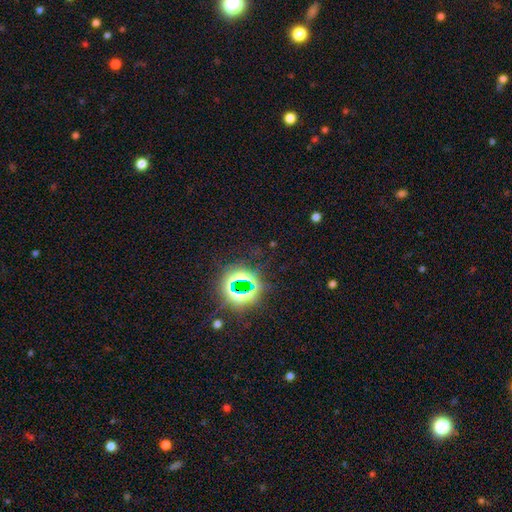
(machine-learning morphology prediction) A star or artifact, not a galaxy (79%).